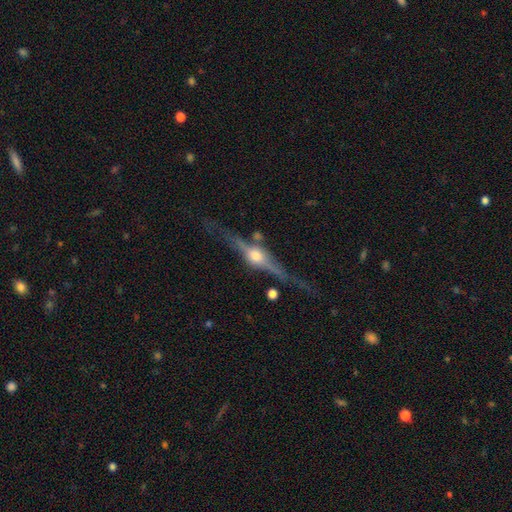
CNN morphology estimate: Overall: featured or disk (86%). Edge-on disk: yes (97%). Edge-on bulge: rounded (94%). Merging: none (78%).